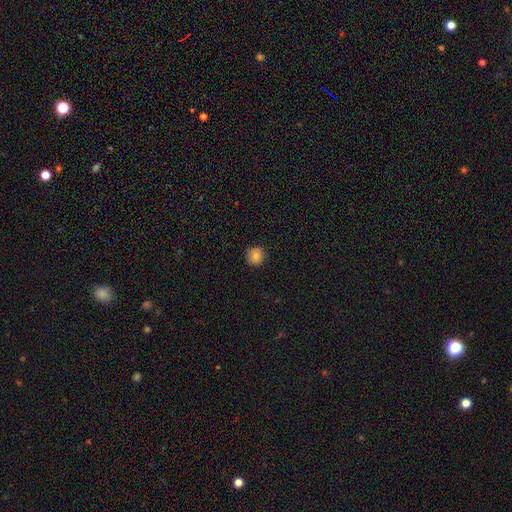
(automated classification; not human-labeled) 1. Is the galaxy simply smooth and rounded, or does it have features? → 80% smooth, 12% star or artifact, 9% featured or disk.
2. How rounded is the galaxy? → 95% round, 4% in between, 1% cigar-shaped.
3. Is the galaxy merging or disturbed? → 91% none, 7% minor disturbance, 2% major disturbance, 1% merger.